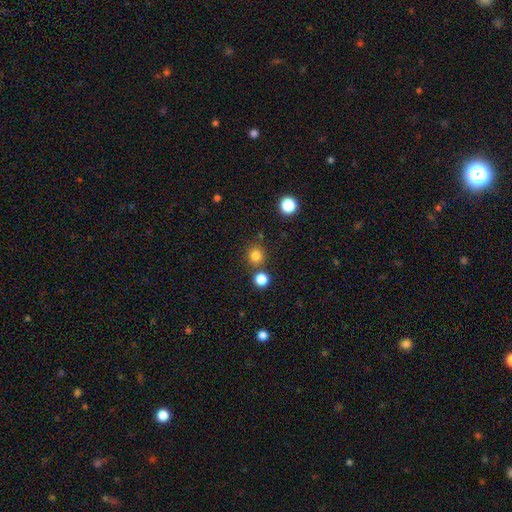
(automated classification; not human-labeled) The model was most divided on "smooth or featured": smooth: 80%, star or artifact: 15%, featured or disk: 5%. More confident: how rounded — round (92%); merging — none (79%).